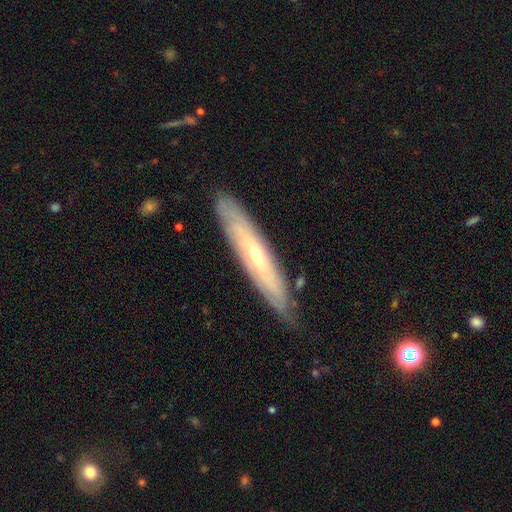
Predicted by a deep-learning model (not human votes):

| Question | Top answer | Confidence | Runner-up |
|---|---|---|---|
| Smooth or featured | featured or disk | 63% | smooth (30%) |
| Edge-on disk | yes | 61% | no (39%) |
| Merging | none | 83% | minor disturbance (14%) |